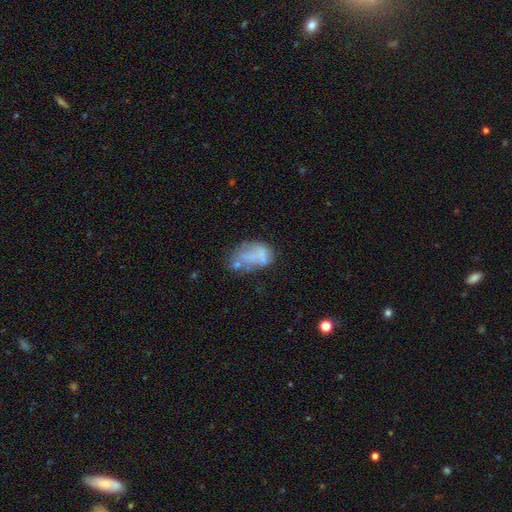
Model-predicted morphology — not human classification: smooth-or-featured: smooth: 50% | featured or disk: 39% | star or artifact: 11%
  how-rounded: in between: 88% | round: 9% | cigar-shaped: 2%
  merging: none: 33% | minor disturbance: 26% | major disturbance: 22% | merger: 18%